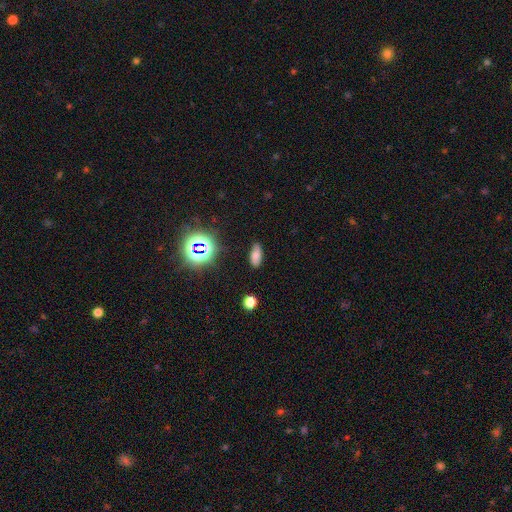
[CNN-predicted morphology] Smooth or featured? Predicted: smooth (p=0.66). How rounded? Predicted: in between (p=0.83). Merging? Predicted: none (p=0.80).